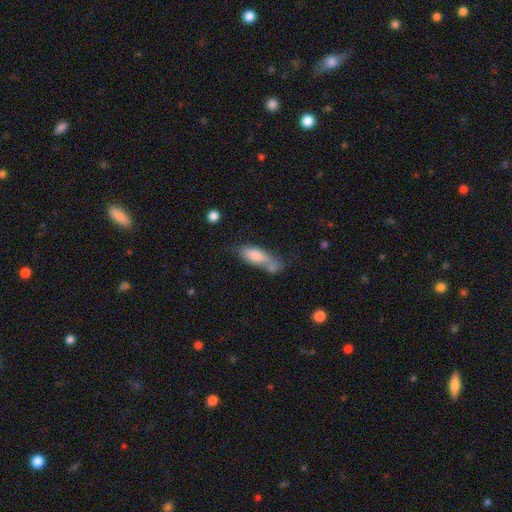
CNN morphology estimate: smooth_or_featured: smooth (p=0.75) [alt: featured or disk p=0.17]
how_rounded: in between (p=0.60) [alt: cigar-shaped p=0.38]
merging: none (p=0.38) [alt: merger p=0.28]